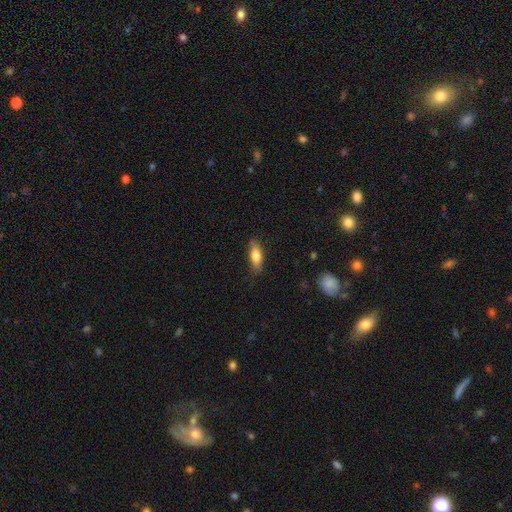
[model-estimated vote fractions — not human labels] A smooth galaxy with no disk features (75%) that is in between round and cigar-shaped (63%).

Vote fractions:
- Smooth or featured? smooth: 75% / featured or disk: 19% / star or artifact: 7%
- How rounded? in between: 63% / cigar-shaped: 34% / round: 3%
- Merging? none: 80% / minor disturbance: 16% / major disturbance: 4% / merger: 1%